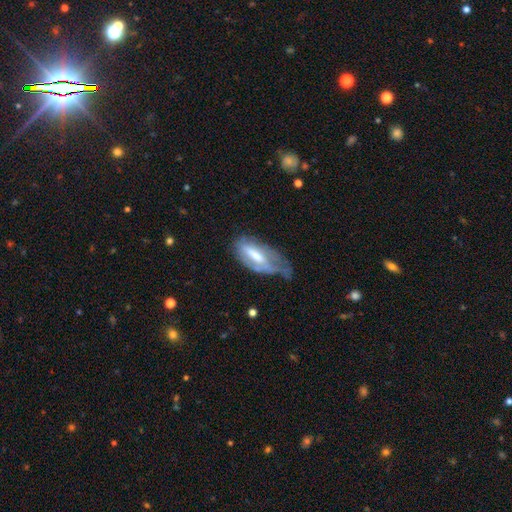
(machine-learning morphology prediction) This appears to be a featured or disk galaxy (50%). Merging: minor disturbance (37%).